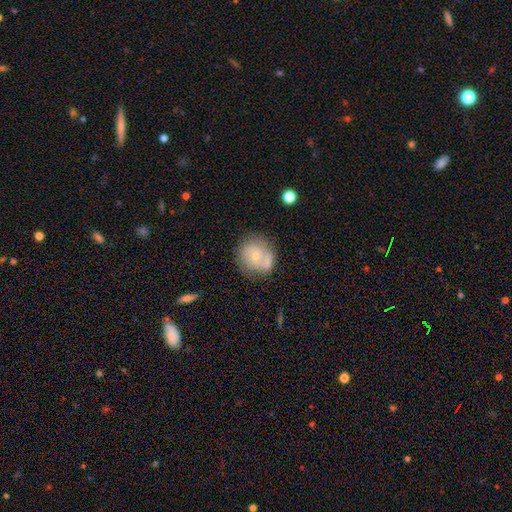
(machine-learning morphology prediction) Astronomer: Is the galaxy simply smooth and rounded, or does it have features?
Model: featured or disk — 47% (runner-up: smooth, 45%).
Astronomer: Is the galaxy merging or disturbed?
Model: none — 59%.